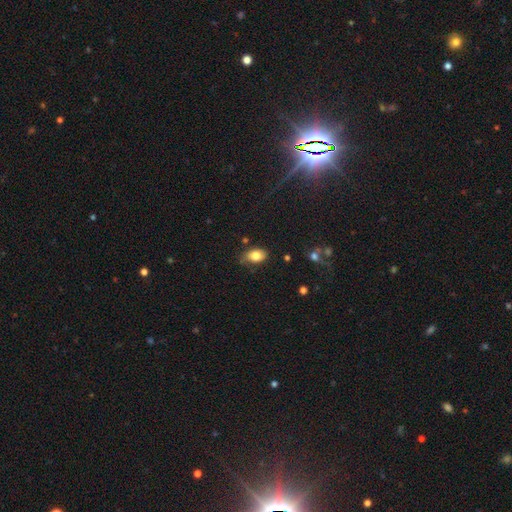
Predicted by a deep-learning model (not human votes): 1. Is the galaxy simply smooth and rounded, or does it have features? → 82% smooth, 10% featured or disk, 8% star or artifact.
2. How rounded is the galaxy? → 89% in between, 9% round, 2% cigar-shaped.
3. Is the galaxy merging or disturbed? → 72% none, 22% minor disturbance, 4% major disturbance, 2% merger.